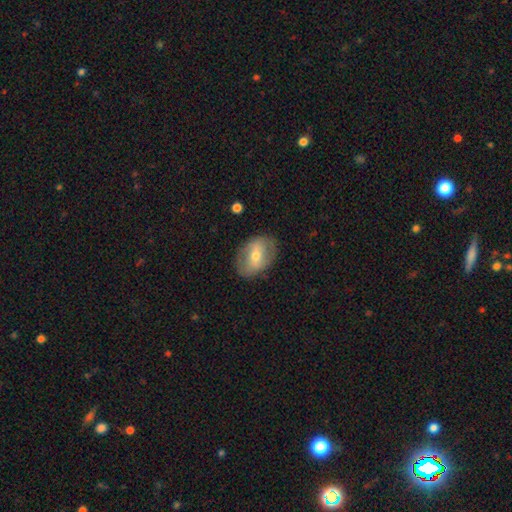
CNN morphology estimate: A featured or disk galaxy (49%).

Vote fractions:
- Smooth or featured? featured or disk: 49% / smooth: 44% / star or artifact: 7%
- Merging? none: 80% / minor disturbance: 14% / major disturbance: 5% / merger: 1%